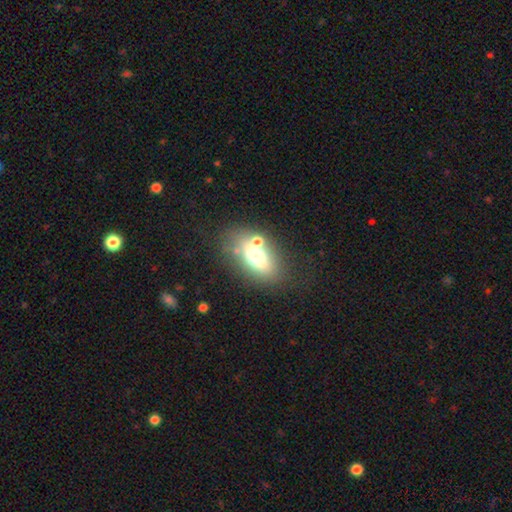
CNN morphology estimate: smooth 57%, featured or disk 30%, star or artifact 13%. Down the decision tree: how rounded — in between (77%); merging — none (61%).